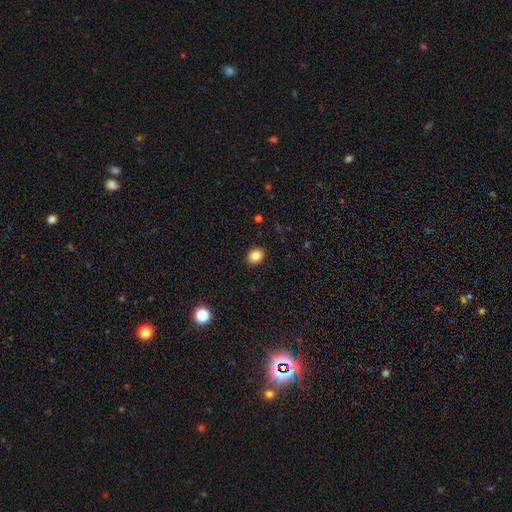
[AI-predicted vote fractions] This appears to be a smooth galaxy with no disk features (83%) that is in between round and cigar-shaped (51%). Merging: none (91%).